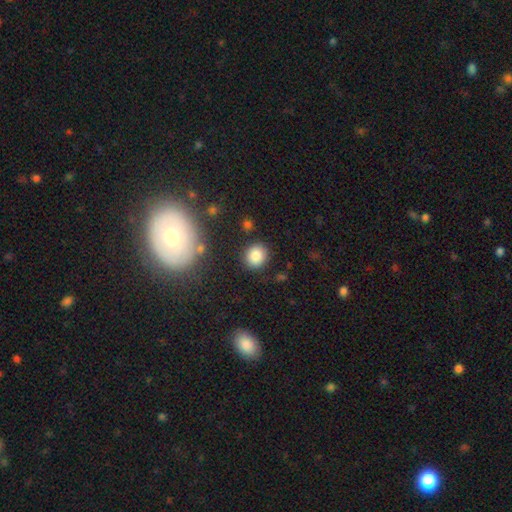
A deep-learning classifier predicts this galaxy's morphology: Smooth or featured: smooth — 84% (star or artifact — 10%)
How rounded: round — 81% (in between — 18%)
Merging: none — 87% (minor disturbance — 8%)